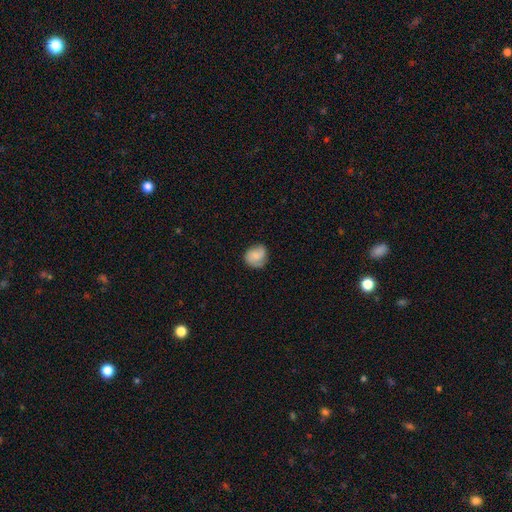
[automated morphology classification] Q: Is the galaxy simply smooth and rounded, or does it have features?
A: smooth — 56%.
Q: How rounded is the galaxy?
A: round — 76%.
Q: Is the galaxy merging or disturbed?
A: none — 70%.